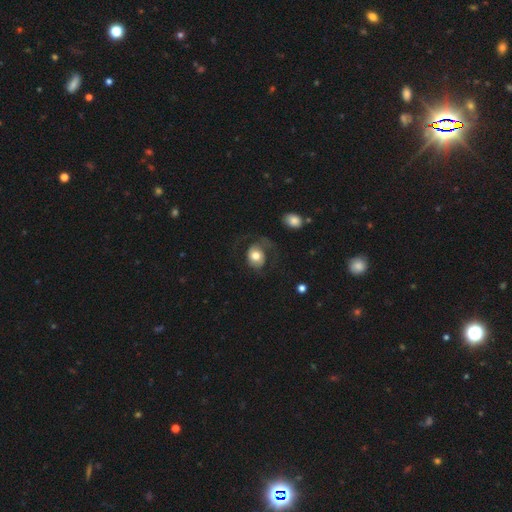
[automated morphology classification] Smooth or featured? Predicted: smooth (p=0.56). How rounded? Predicted: round (p=0.60). Merging? Predicted: none (p=0.40).